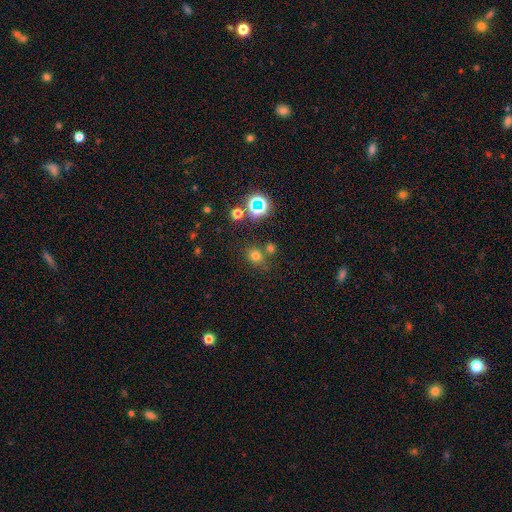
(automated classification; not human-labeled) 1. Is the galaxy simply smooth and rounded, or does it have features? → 67% smooth, 25% star or artifact, 8% featured or disk.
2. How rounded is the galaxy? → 79% round, 20% in between, 1% cigar-shaped.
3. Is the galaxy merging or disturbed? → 68% none, 15% merger, 12% minor disturbance, 5% major disturbance.